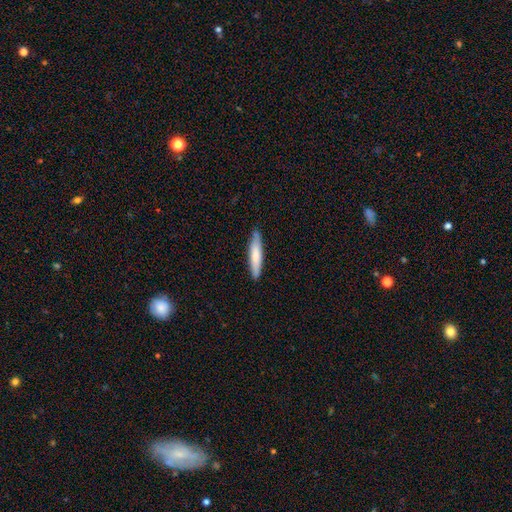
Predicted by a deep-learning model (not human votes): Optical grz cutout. It shows a smooth galaxy with no disk features (73%) that is cigar-shaped (86%). Merging: none (85%).